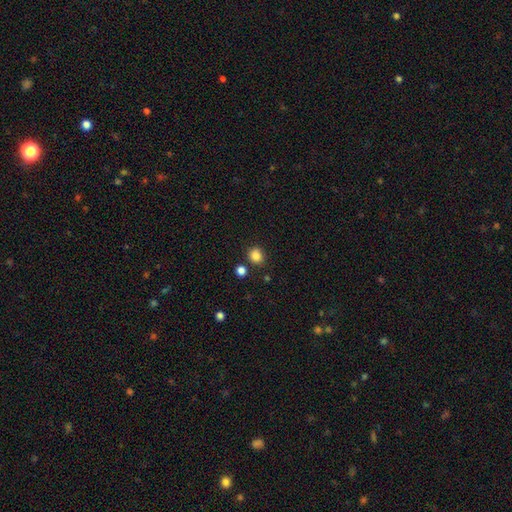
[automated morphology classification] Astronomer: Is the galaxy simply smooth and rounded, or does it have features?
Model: smooth — 85%.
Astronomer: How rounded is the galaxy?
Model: round — 76%.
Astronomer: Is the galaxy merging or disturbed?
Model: none — 82%.